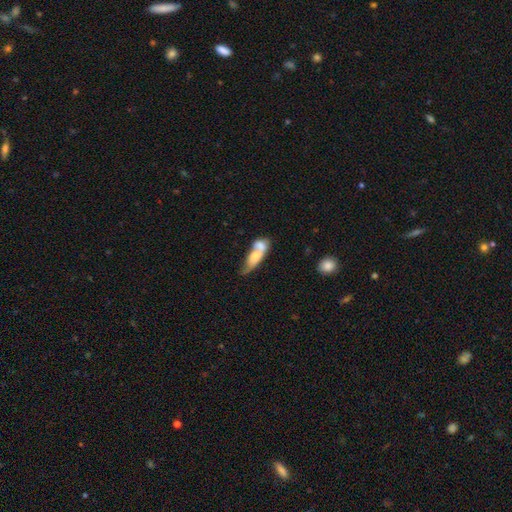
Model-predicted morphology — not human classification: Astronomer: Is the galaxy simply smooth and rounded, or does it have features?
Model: smooth — 62%.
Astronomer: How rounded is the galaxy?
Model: in between — 63%.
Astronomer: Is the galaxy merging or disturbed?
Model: merger — 66%.